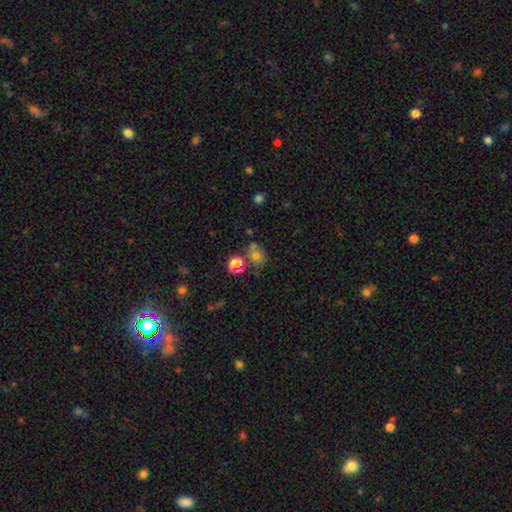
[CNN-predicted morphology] The model was most divided on "merging": none: 53%, merger: 27%, minor disturbance: 13%, major disturbance: 6%. More confident: how rounded — round (72%); smooth or featured — smooth (64%).